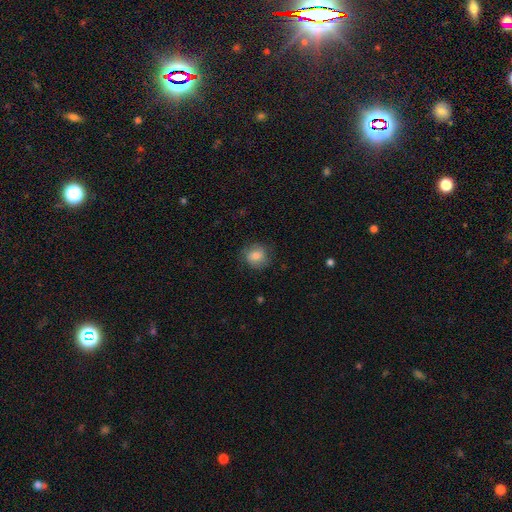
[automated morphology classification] Smooth or featured? smooth (76%)
How rounded? round (74%)
Merging? none (77%)